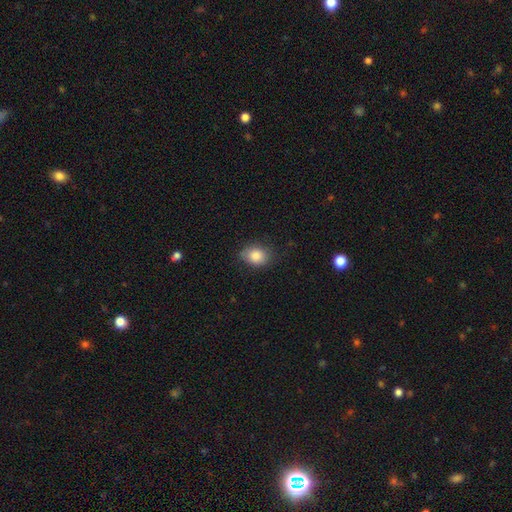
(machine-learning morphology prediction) type=smooth (84%); roundness=in between (55%); merging=none (72%).